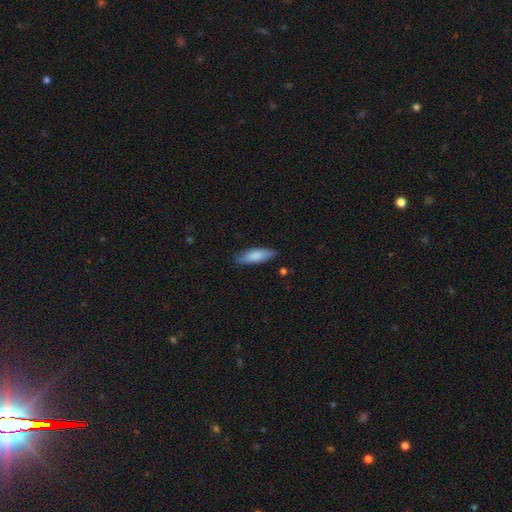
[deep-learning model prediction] A smooth galaxy with no disk features (80%) that is in between round and cigar-shaped (52%).

Vote fractions:
- Smooth or featured? smooth: 80% / featured or disk: 14% / star or artifact: 5%
- How rounded? in between: 52% / cigar-shaped: 47% / round: 2%
- Merging? none: 84% / minor disturbance: 13% / major disturbance: 2% / merger: 1%